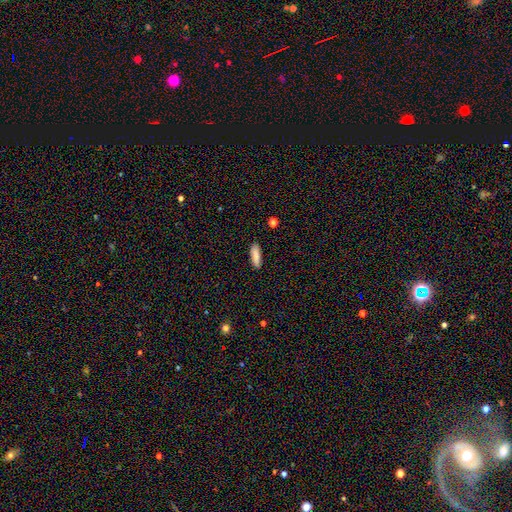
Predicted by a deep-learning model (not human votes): The model was most divided on "how rounded": in between: 51%, cigar-shaped: 47%, round: 2%. More confident: merging — none (87%); smooth or featured — smooth (86%).